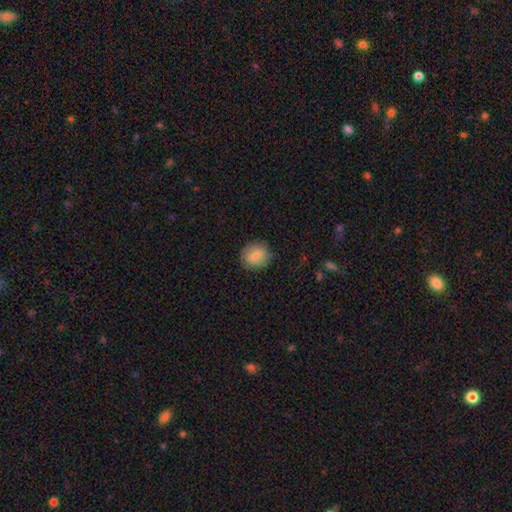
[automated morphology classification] smooth-or-featured: smooth: 79% | featured or disk: 13% | star or artifact: 8%
  how-rounded: round: 79% | in between: 20% | cigar-shaped: 1%
  merging: none: 83% | minor disturbance: 13% | major disturbance: 3% | merger: 1%